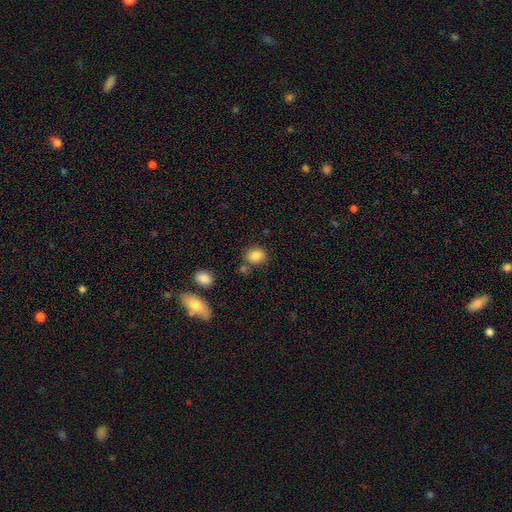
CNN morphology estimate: Smooth or featured: smooth — 85% (star or artifact — 9%)
How rounded: round — 58% (in between — 41%)
Merging: none — 75% (minor disturbance — 12%)